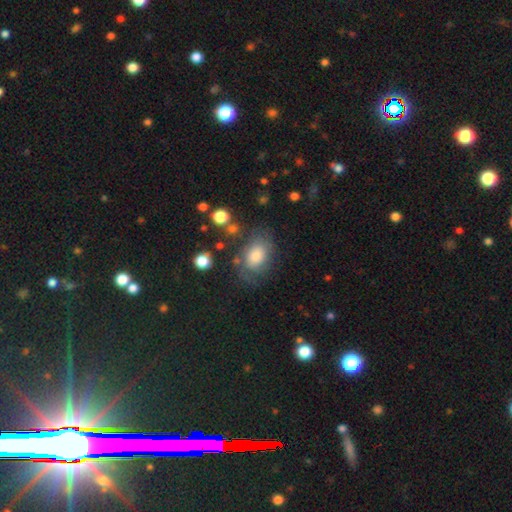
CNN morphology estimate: type=smooth (58%); roundness=in between (76%); merging=none (62%).